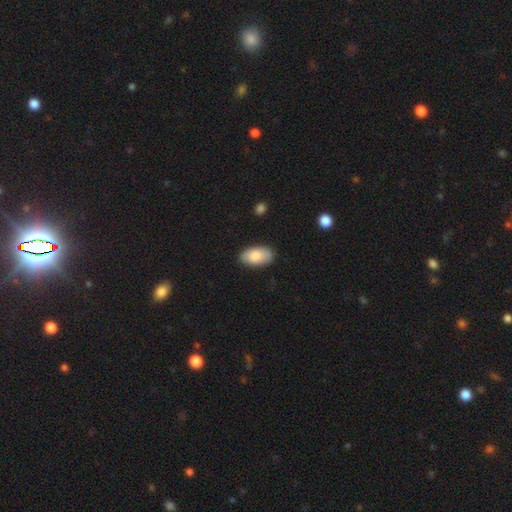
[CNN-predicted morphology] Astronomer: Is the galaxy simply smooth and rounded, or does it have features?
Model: smooth — 85%.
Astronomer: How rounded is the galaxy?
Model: in between — 95%.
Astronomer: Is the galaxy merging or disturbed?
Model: none — 83%.